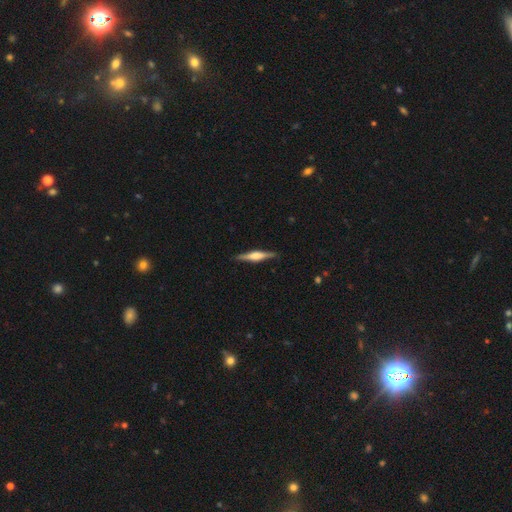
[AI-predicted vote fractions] featured or disk 71%, smooth 24%, star or artifact 5%. Down the decision tree: edge-on disk — yes (98%); edge-on bulge — rounded (74%); merging — none (90%).